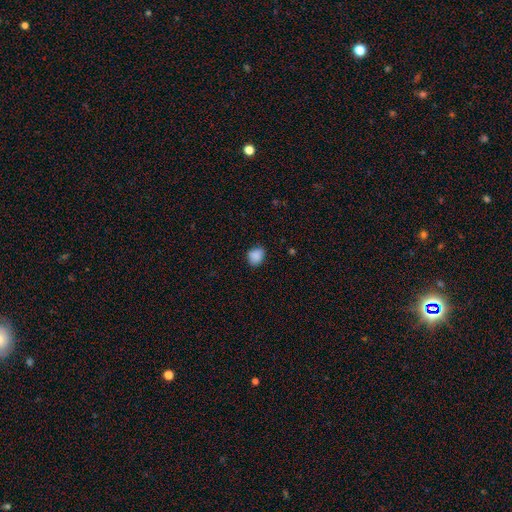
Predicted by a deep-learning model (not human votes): The model was most divided on "how rounded": round: 52%, in between: 47%, cigar-shaped: 1%. More confident: smooth or featured — smooth (87%); merging — none (77%).